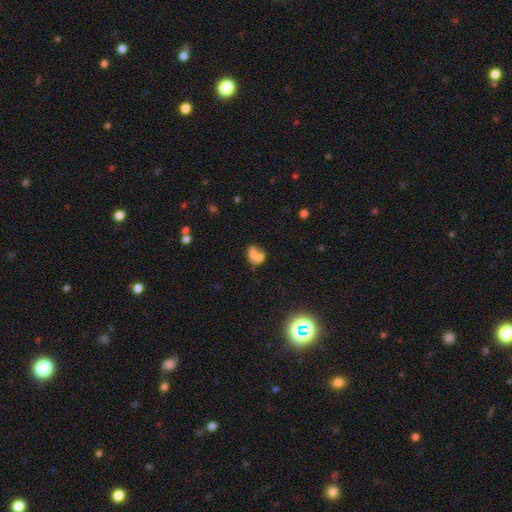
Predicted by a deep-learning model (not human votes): This is likely a smooth galaxy (65%). How rounded: likely in between (74%). Merging: possibly merger (57%).